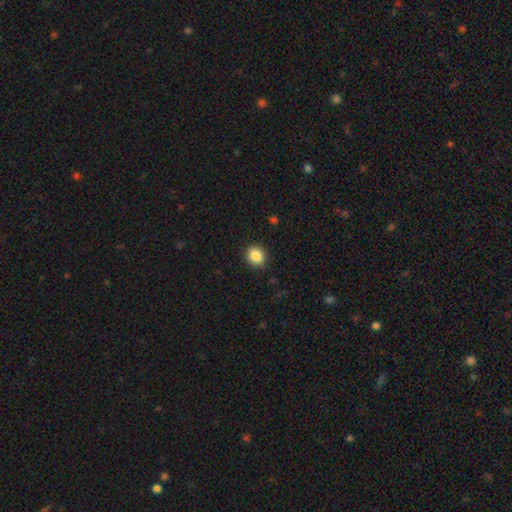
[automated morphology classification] Smooth or featured? smooth (86%)
How rounded? round (80%)
Merging? none (90%)